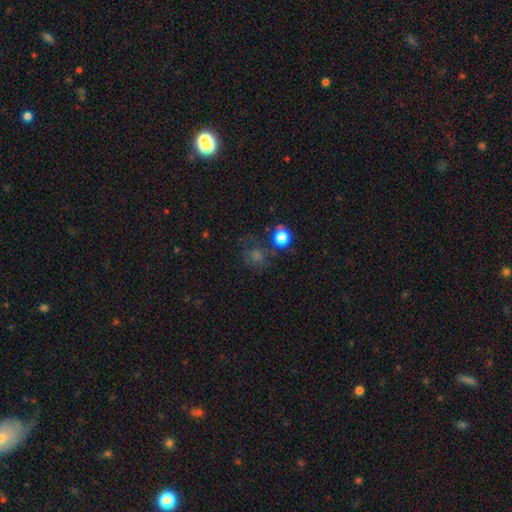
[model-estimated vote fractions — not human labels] This is marginally a smooth galaxy (44%). Merging: likely none (60%).